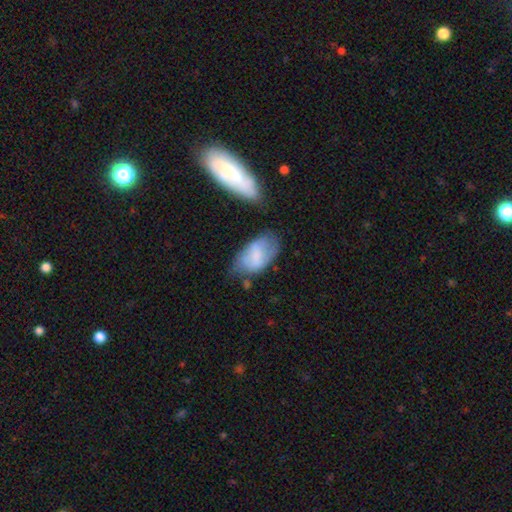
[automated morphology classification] smooth_or_featured: smooth (p=0.61) [alt: featured or disk p=0.32]
how_rounded: in between (p=0.93) [alt: round p=0.04]
merging: none (p=0.48) [alt: minor disturbance p=0.31]